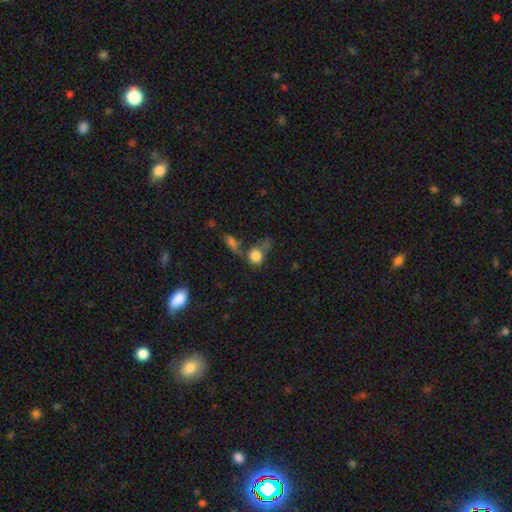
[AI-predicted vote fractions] smooth 78%, star or artifact 11%, featured or disk 11%. Down the decision tree: how rounded — round (64%); merging — merger (35%).